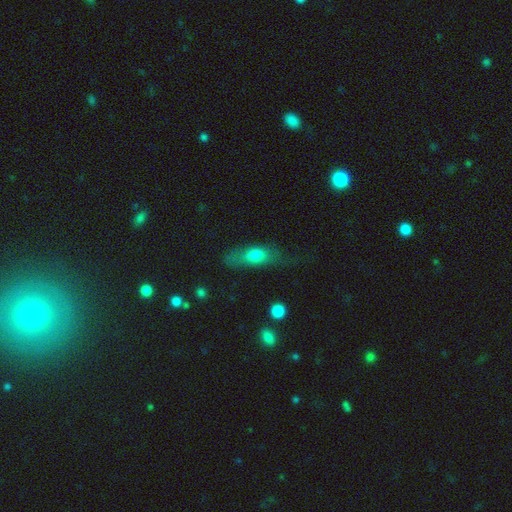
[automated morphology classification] smooth_or_featured: smooth (p=0.67) [alt: featured or disk p=0.24]
how_rounded: in between (p=0.65) [alt: cigar-shaped p=0.27]
merging: none (p=0.53) [alt: minor disturbance p=0.27]